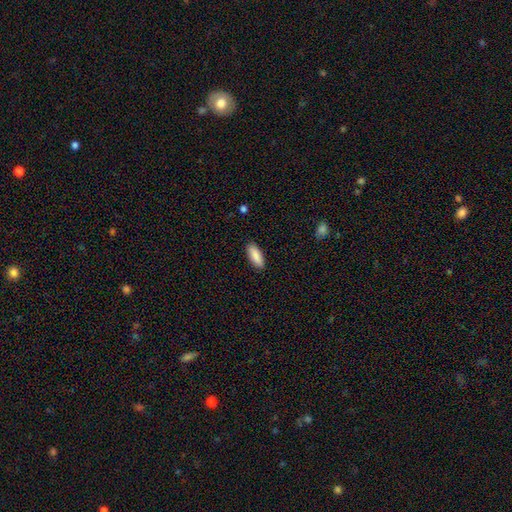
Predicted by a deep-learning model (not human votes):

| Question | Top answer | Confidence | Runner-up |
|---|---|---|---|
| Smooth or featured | smooth | 89% | star or artifact (6%) |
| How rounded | in between | 73% | cigar-shaped (26%) |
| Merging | none | 89% | minor disturbance (8%) |